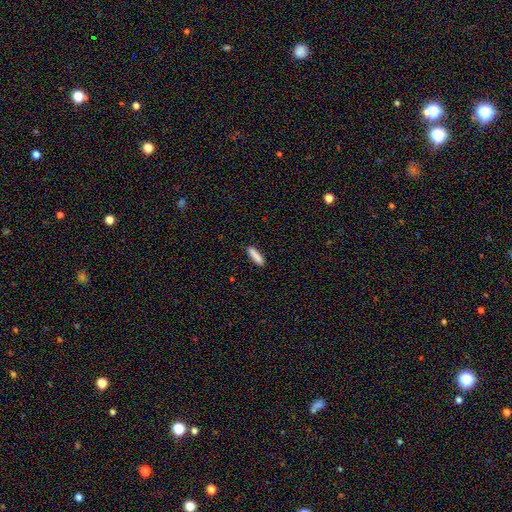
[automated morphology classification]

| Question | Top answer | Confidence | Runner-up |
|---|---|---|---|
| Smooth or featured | smooth | 87% | star or artifact (7%) |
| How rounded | cigar-shaped | 74% | in between (24%) |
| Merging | none | 87% | minor disturbance (9%) |